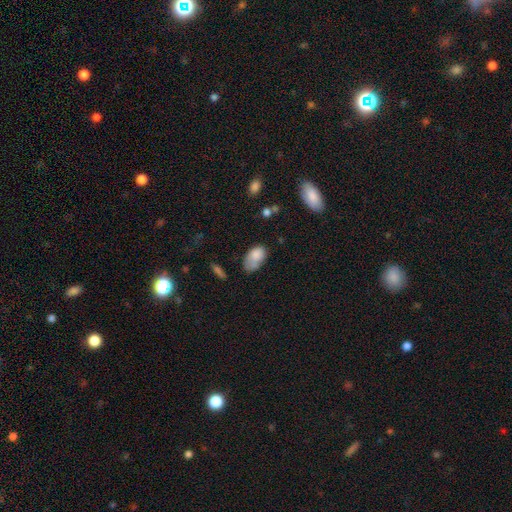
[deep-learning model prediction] This is likely a smooth galaxy (78%). How rounded: clearly in between (91%). Merging: marginally none (39%).